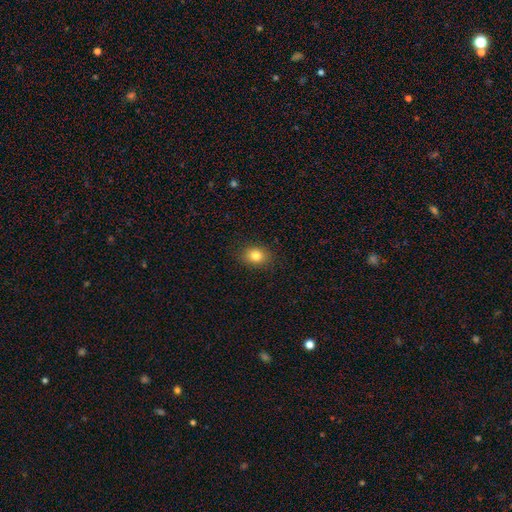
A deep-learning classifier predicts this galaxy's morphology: Q: Smooth or featured?
A: smooth (81%); runner-up: star or artifact (11%)
Q: How rounded?
A: in between (54%); runner-up: round (45%)
Q: Merging?
A: none (87%); runner-up: minor disturbance (9%)